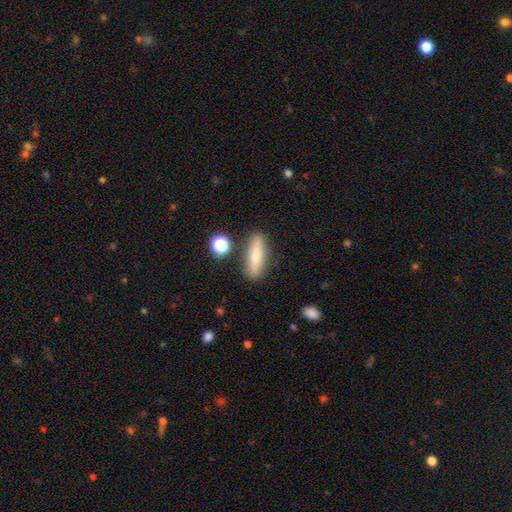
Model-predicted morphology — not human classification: Smooth or featured?
  - smooth: 73% *
  - featured or disk: 19%
  - star or artifact: 8%
How rounded?
  - cigar-shaped: 60% *
  - in between: 37%
  - round: 3%
Merging?
  - none: 85% *
  - minor disturbance: 10%
  - merger: 3%
  - major disturbance: 3%